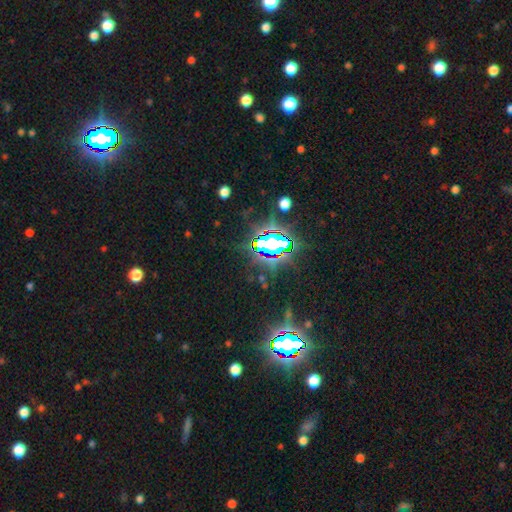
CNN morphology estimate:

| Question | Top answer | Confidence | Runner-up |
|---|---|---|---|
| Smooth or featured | star or artifact | 80% | smooth (12%) |